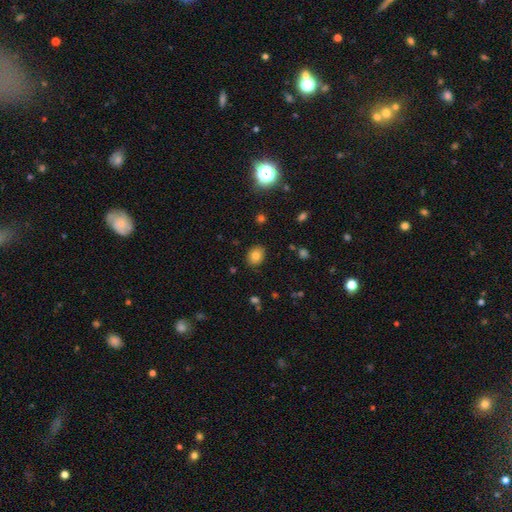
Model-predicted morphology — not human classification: Overall: smooth (81%). How rounded: round (51%; in between 49%). Merging: none (87%).